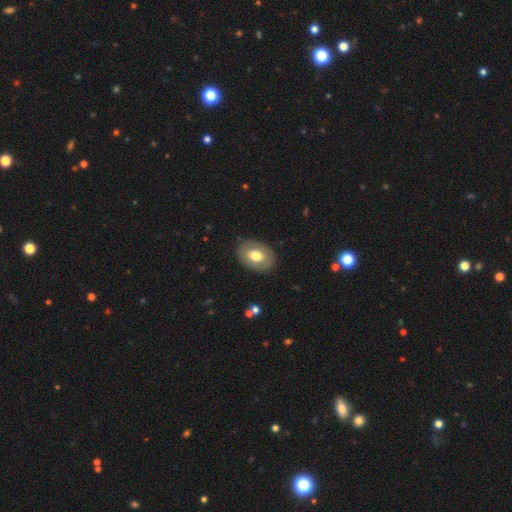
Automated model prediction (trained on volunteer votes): Overall: smooth (64%; featured or disk 29%). How rounded: in between (79%). Merging: none (86%).